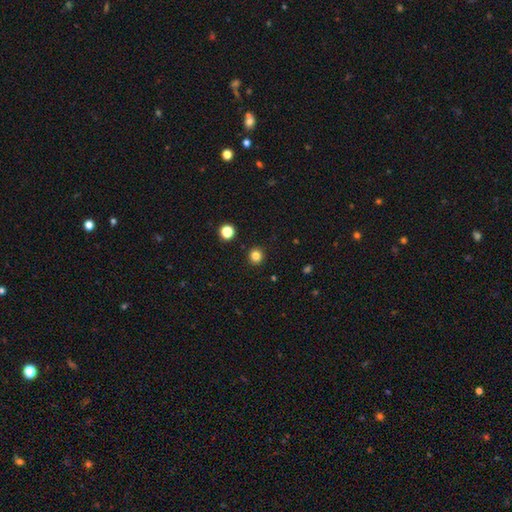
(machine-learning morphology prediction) A smooth galaxy with no disk features (83%) that is round (93%).

Vote fractions:
- Smooth or featured? smooth: 83% / star or artifact: 13% / featured or disk: 4%
- How rounded? round: 93% / in between: 6% / cigar-shaped: 1%
- Merging? none: 92% / minor disturbance: 5% / major disturbance: 2% / merger: 1%